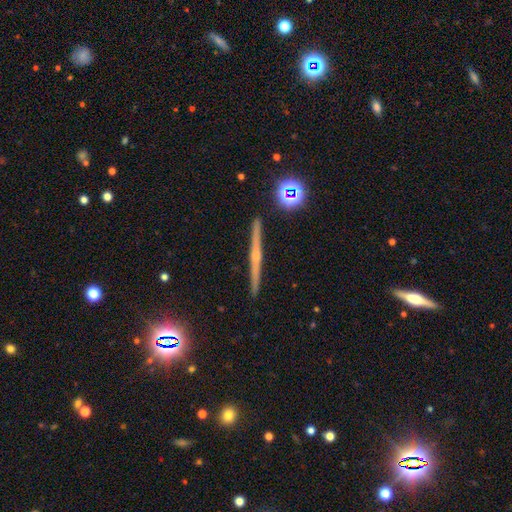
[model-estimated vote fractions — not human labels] Smooth or featured? featured or disk (74%)
Edge-on disk? yes (98%)
Edge-on bulge? rounded (64%)
Merging? none (92%)